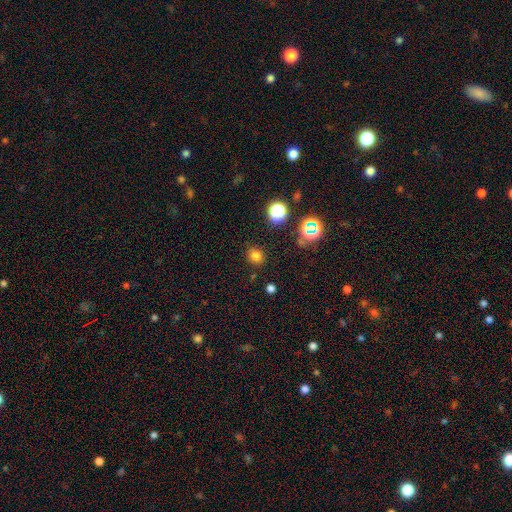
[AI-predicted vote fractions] Smooth or featured: smooth — 76% (star or artifact — 19%)
How rounded: round — 78% (in between — 21%)
Merging: none — 85% (minor disturbance — 10%)